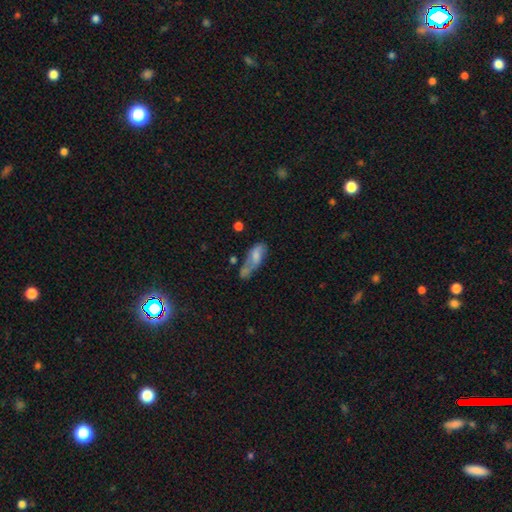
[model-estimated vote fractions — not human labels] This appears to be a smooth galaxy with no disk features (61%) that is in between round and cigar-shaped (75%). Merging: none (29%).